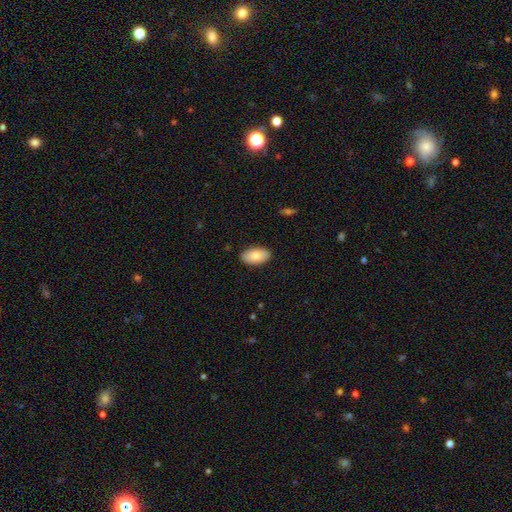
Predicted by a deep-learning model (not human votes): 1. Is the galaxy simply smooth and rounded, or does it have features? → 84% smooth, 10% featured or disk, 6% star or artifact.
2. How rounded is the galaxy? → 95% in between, 3% round, 2% cigar-shaped.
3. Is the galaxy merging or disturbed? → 88% none, 9% minor disturbance, 2% major disturbance, 1% merger.